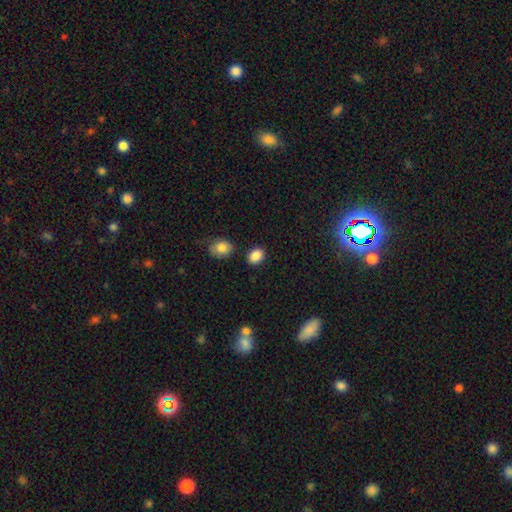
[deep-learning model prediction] The model was most divided on "how rounded": in between: 66%, round: 33%, cigar-shaped: 1%. More confident: smooth or featured — smooth (87%); merging — none (82%).